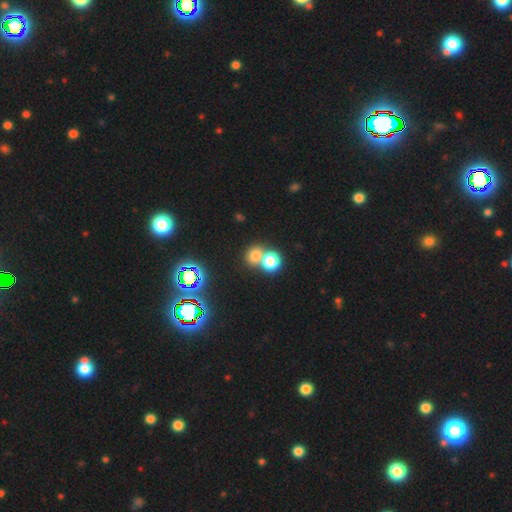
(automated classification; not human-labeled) Q: Smooth or featured?
A: smooth (70%); runner-up: star or artifact (19%)
Q: How rounded?
A: round (77%); runner-up: in between (22%)
Q: Merging?
A: merger (53%); runner-up: none (38%)